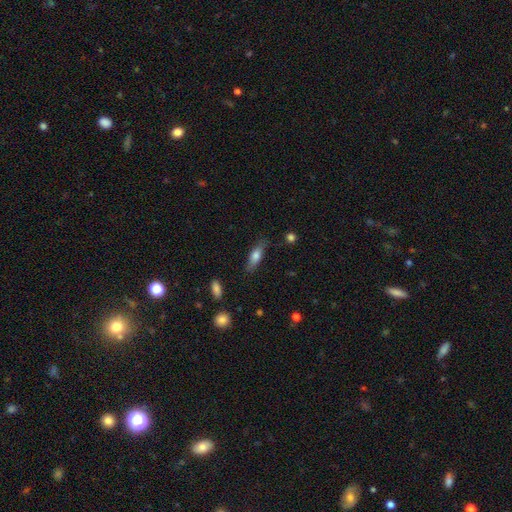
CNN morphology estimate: The model was most divided on "how rounded": in between: 49%, cigar-shaped: 48%, round: 3%. More confident: merging — none (79%); smooth or featured — smooth (68%).